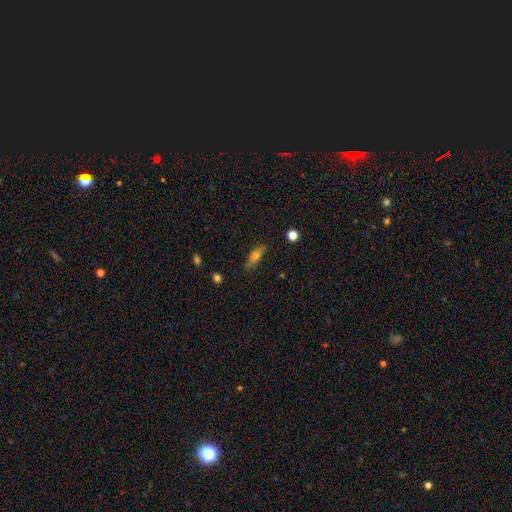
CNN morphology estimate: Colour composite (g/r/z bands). It shows a smooth galaxy with no disk features (68%) that is in between round and cigar-shaped (57%). Merging: none (80%).